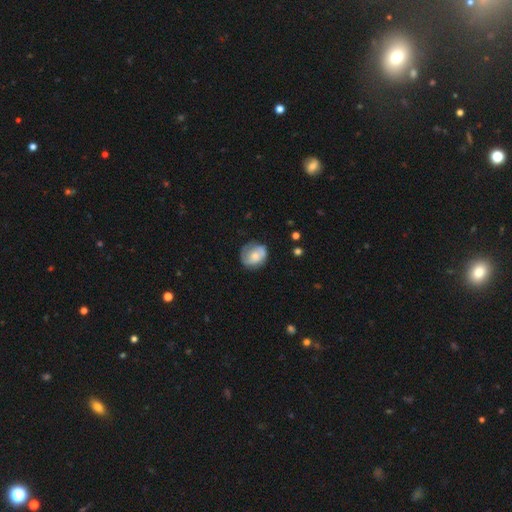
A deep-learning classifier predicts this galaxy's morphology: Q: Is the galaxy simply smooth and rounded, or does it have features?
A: smooth — 50%.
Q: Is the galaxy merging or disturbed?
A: none — 62%.